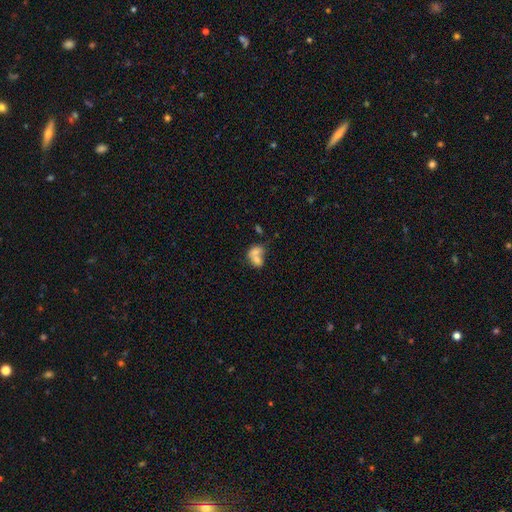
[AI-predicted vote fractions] Smooth or featured? smooth (69%)
How rounded? in between (72%)
Merging? merger (68%)